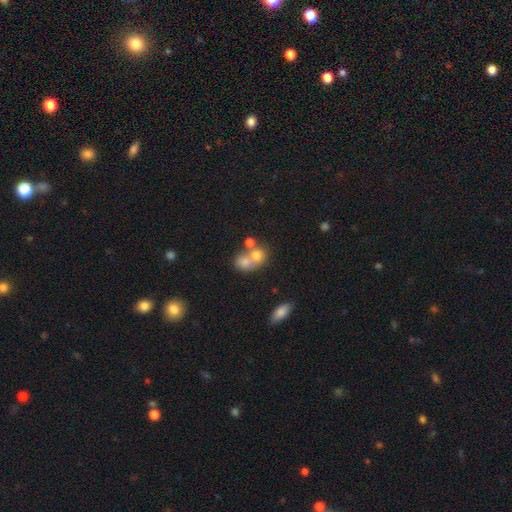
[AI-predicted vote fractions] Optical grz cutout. It shows a smooth galaxy with no disk features (69%) that is round (63%). Merging: merger (60%).